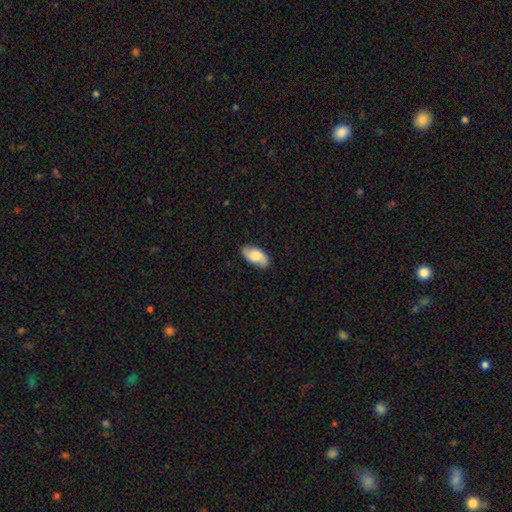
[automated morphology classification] This appears to be a smooth galaxy with no disk features (63%) that is in between round and cigar-shaped (93%). Merging: none (84%).